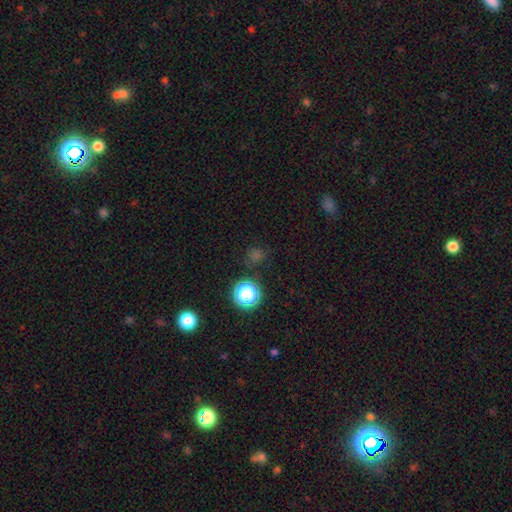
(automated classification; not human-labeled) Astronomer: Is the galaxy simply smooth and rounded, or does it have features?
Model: smooth — 51% (runner-up: star or artifact, 44%).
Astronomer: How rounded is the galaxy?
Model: round — 87%.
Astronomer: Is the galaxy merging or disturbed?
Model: none — 82%.